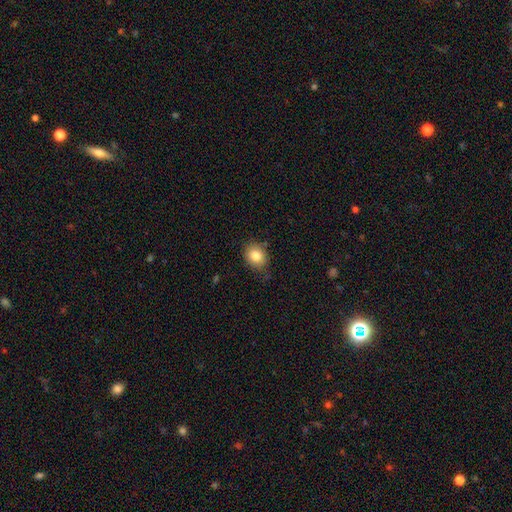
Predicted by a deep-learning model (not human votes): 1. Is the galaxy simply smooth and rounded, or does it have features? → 83% smooth, 10% star or artifact, 7% featured or disk.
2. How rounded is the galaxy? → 60% round, 39% in between, 1% cigar-shaped.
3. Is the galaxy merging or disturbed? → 81% none, 15% minor disturbance, 3% major disturbance, 2% merger.